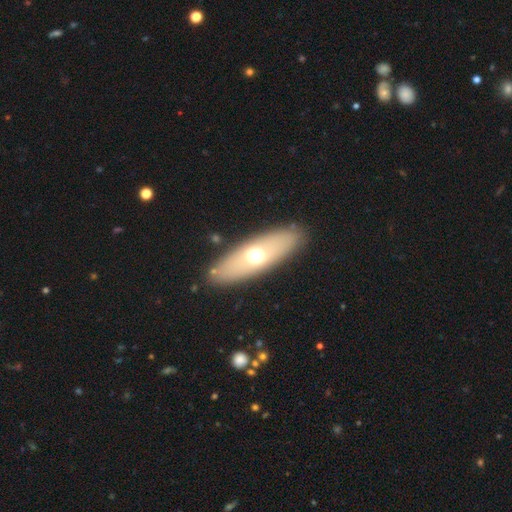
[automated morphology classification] Smooth or featured: smooth — 57% (featured or disk — 35%)
How rounded: in between — 62% (cigar-shaped — 33%)
Merging: none — 86% (minor disturbance — 8%)